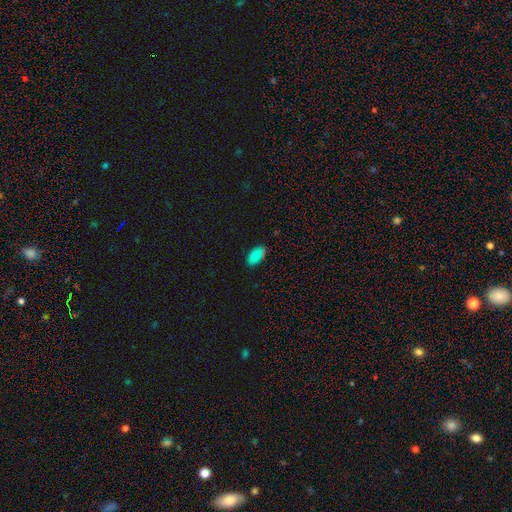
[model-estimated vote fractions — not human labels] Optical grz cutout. It shows a smooth galaxy with no disk features (82%) that is in between round and cigar-shaped (94%). Merging: none (81%).